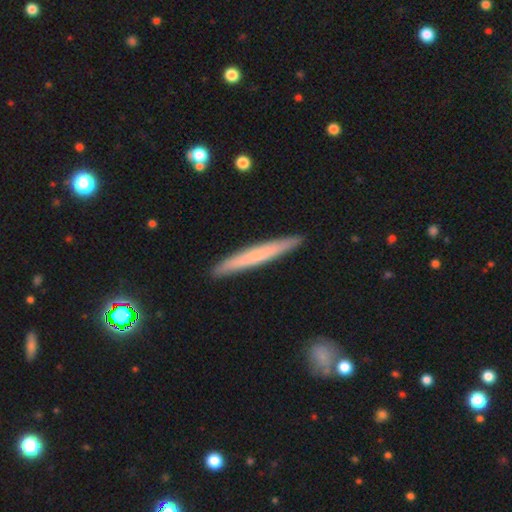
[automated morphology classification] Smooth or featured? smooth (61%)
How rounded? cigar-shaped (97%)
Merging? none (91%)